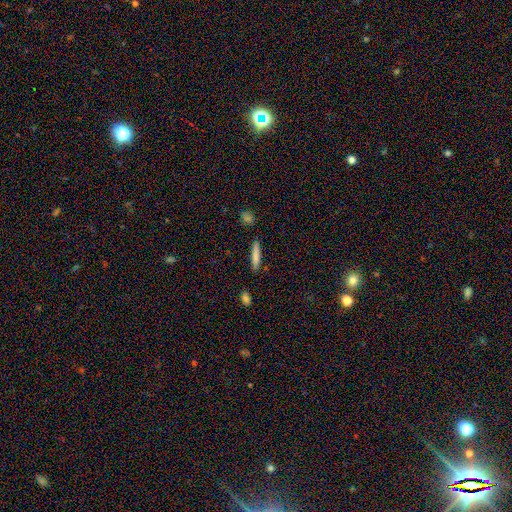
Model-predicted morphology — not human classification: A smooth galaxy with no disk features (80%) that is cigar-shaped (90%). Merging: none (87%).